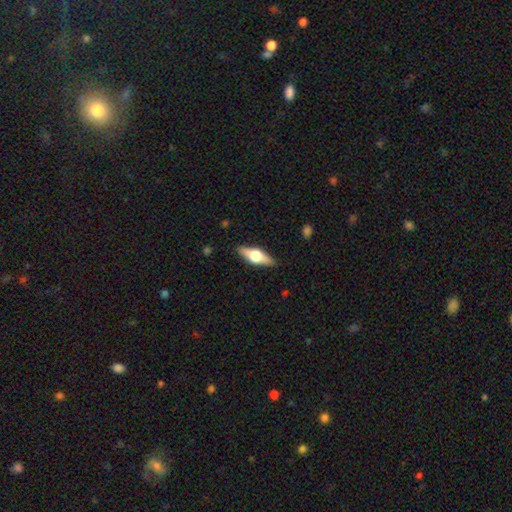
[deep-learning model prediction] Overall: featured or disk (60%; smooth 34%). Edge-on disk: yes (95%). Edge-on bulge: rounded (94%). Merging: none (88%).